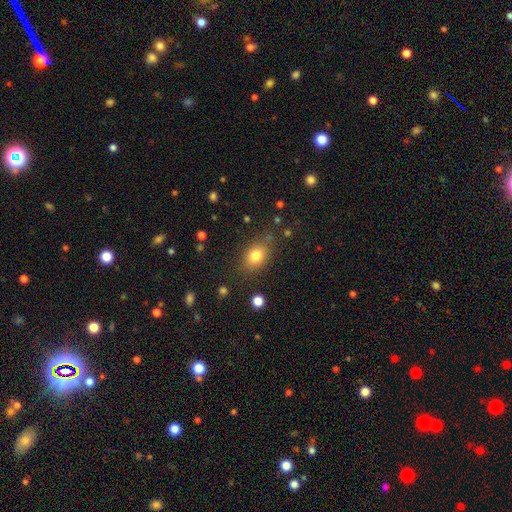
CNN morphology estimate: This appears to be a smooth galaxy with no disk features (80%) that is in between round and cigar-shaped (70%). Merging: none (78%).